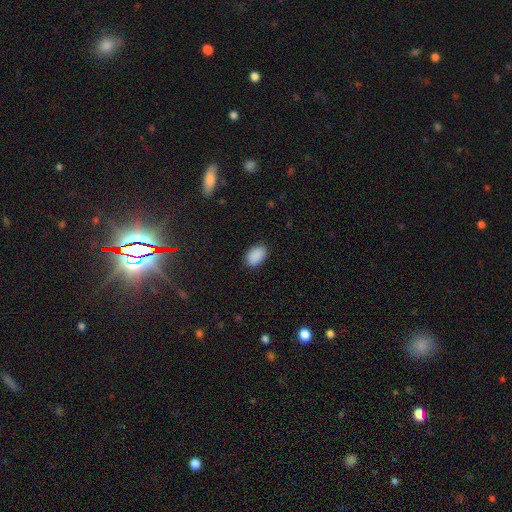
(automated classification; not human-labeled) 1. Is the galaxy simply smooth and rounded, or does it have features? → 90% smooth, 8% star or artifact, 3% featured or disk.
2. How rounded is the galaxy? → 90% in between, 9% round, 1% cigar-shaped.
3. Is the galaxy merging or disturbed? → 88% none, 9% minor disturbance, 2% major disturbance, 1% merger.